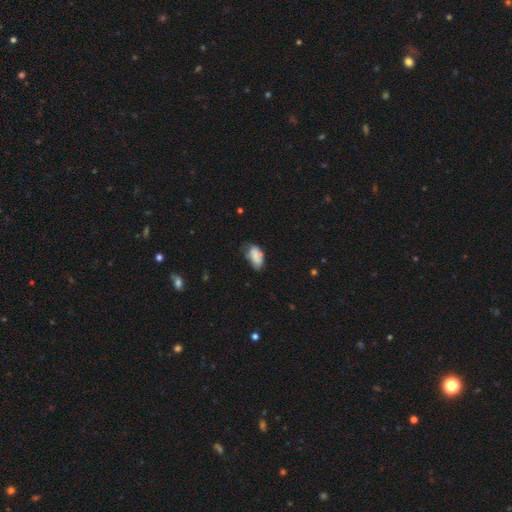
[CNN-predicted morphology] Smooth or featured?
  - smooth: 78% *
  - featured or disk: 13%
  - star or artifact: 8%
How rounded?
  - in between: 93% *
  - round: 4%
  - cigar-shaped: 3%
Merging?
  - none: 44% *
  - minor disturbance: 40%
  - major disturbance: 12%
  - merger: 3%